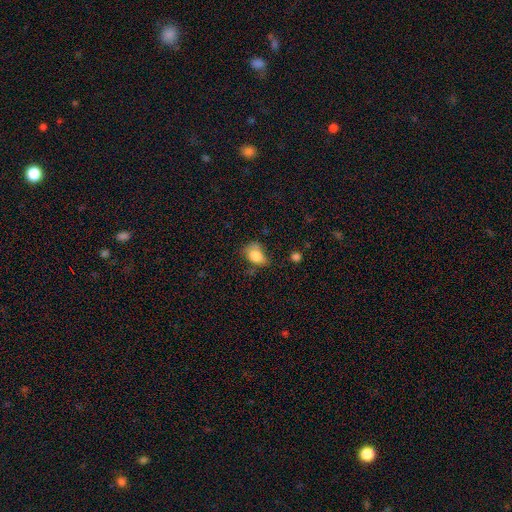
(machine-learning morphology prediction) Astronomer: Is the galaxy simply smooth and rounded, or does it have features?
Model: smooth — 81%.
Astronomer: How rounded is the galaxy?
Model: in between — 75%.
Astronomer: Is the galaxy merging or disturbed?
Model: none — 43% (runner-up: minor disturbance, 37%).